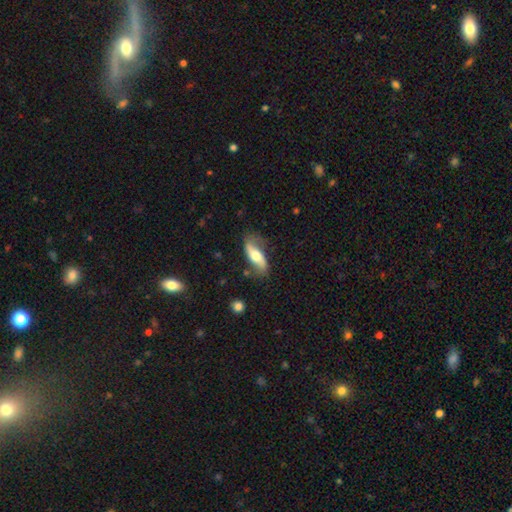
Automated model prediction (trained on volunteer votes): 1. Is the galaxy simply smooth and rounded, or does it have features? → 51% featured or disk, 43% smooth, 6% star or artifact.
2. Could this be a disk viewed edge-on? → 70% no, 30% yes.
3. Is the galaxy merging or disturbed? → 66% none, 23% minor disturbance, 8% major disturbance, 3% merger.